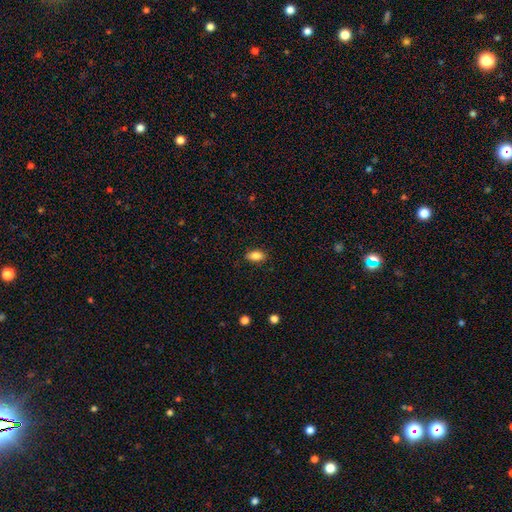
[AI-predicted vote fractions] smooth 86%, star or artifact 8%, featured or disk 6%. Down the decision tree: how rounded — in between (89%); merging — none (86%).